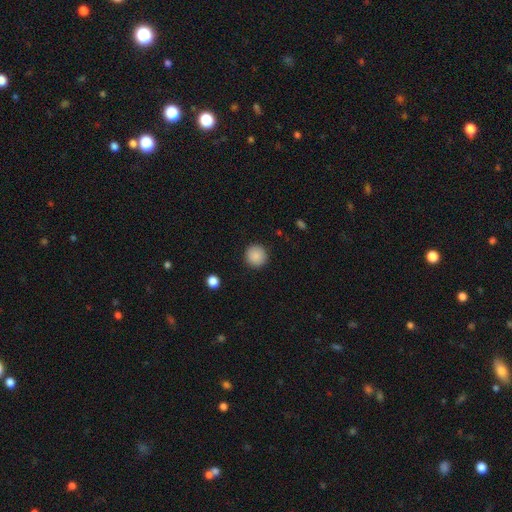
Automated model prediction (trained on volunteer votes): A smooth galaxy with no disk features (88%) that is round (95%).

Vote fractions:
- Smooth or featured? smooth: 88% / star or artifact: 8% / featured or disk: 4%
- How rounded? round: 95% / in between: 4% / cigar-shaped: 1%
- Merging? none: 92% / minor disturbance: 5% / major disturbance: 2% / merger: 1%